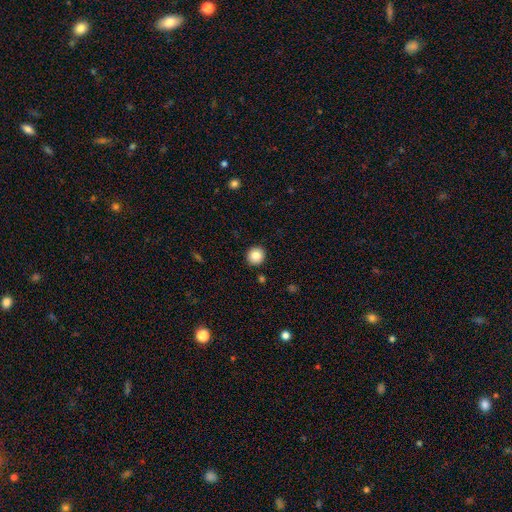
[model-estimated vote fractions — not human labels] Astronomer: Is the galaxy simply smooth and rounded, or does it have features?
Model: smooth — 84%.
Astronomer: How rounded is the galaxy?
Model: round — 91%.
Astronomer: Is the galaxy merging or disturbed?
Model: none — 92%.